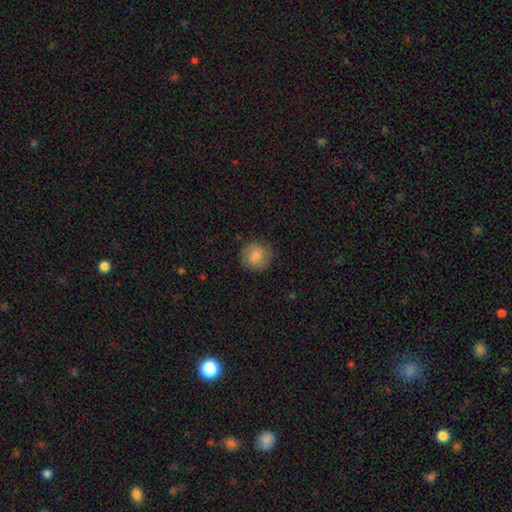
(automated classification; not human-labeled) The model was most divided on "smooth or featured": smooth: 82%, featured or disk: 11%, star or artifact: 8%. More confident: how rounded — round (88%); merging — none (84%).